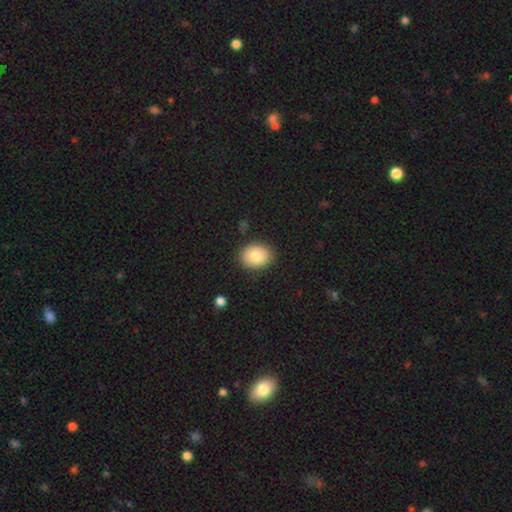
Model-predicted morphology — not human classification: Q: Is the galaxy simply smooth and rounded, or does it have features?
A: smooth — 83%.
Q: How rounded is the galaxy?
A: round — 52%.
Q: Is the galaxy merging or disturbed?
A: none — 88%.